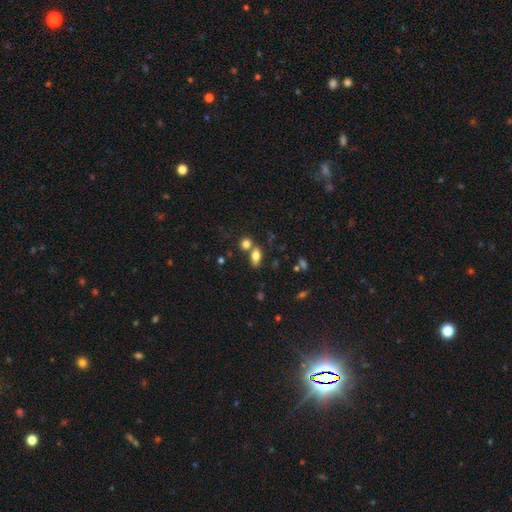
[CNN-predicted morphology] Smooth or featured? smooth (77%)
How rounded? in between (84%)
Merging? none (55%)